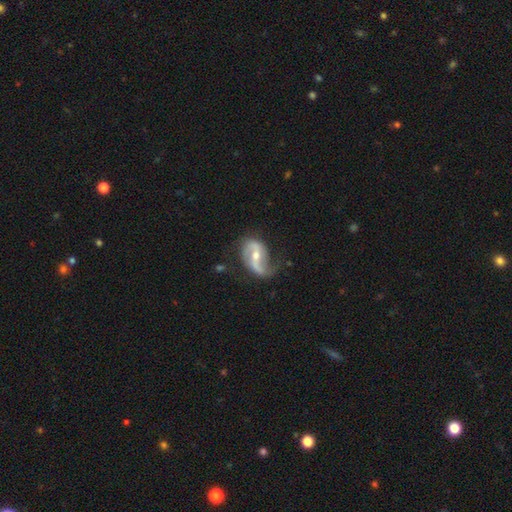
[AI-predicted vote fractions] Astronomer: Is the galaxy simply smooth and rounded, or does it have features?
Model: featured or disk — 85%.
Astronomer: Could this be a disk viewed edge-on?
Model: no — 97%.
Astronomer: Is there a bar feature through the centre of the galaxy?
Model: strong — 41% (runner-up: weak, 39%).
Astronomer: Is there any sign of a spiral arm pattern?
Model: yes — 93%.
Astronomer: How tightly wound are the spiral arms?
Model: loose — 64%.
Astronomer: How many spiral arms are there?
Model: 2 — 79%.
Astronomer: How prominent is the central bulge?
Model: moderate — 56% (runner-up: small, 39%).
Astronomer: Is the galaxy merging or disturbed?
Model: none — 54%.